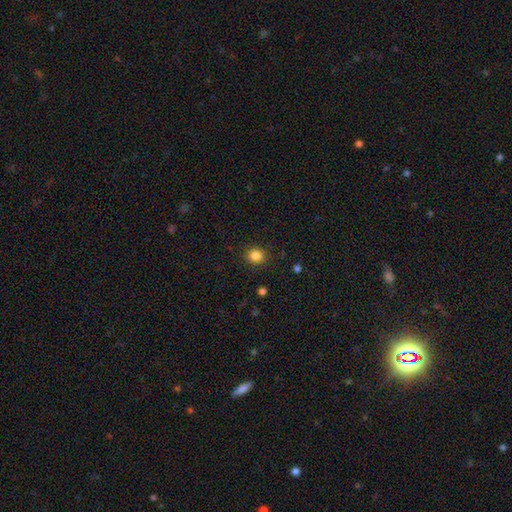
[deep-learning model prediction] This is clearly a smooth galaxy (84%). How rounded: clearly round (81%). Merging: clearly none (89%).